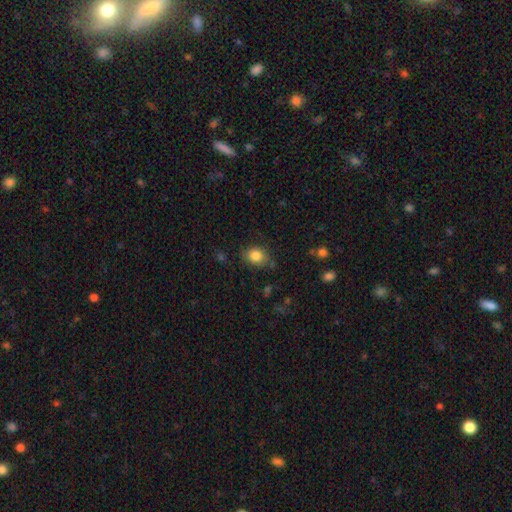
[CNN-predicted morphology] Smooth or featured?
  - smooth: 84% *
  - star or artifact: 9%
  - featured or disk: 7%
How rounded?
  - in between: 52% *
  - round: 47%
  - cigar-shaped: 1%
Merging?
  - none: 77% *
  - minor disturbance: 17%
  - major disturbance: 4%
  - merger: 2%